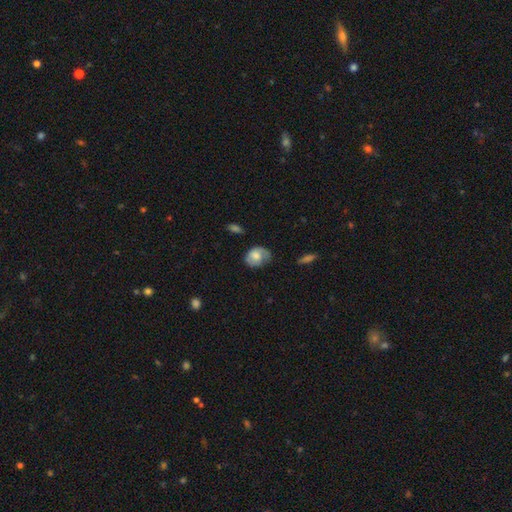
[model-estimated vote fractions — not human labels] Smooth or featured? Predicted: smooth (p=0.60). How rounded? Predicted: in between (p=0.53). Merging? Predicted: none (p=0.56).